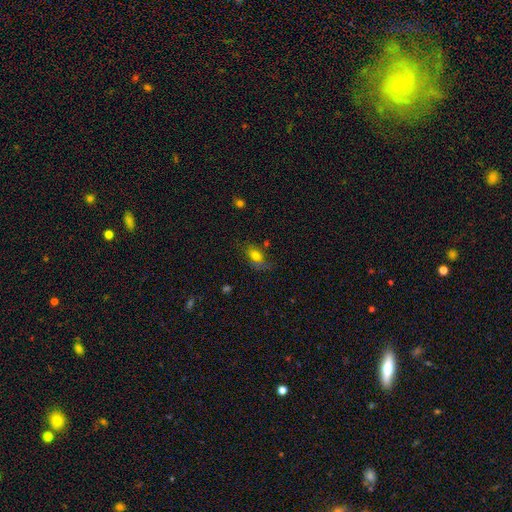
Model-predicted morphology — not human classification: Smooth or featured: smooth — 71% (featured or disk — 16%)
How rounded: in between — 82% (round — 12%)
Merging: none — 59% (minor disturbance — 26%)